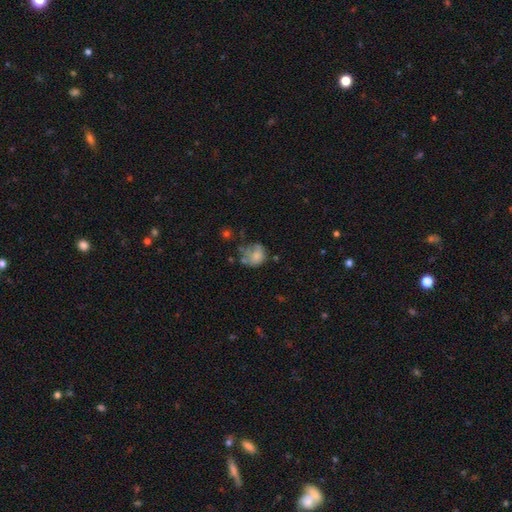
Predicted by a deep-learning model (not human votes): Smooth or featured? Predicted: smooth (p=0.66). How rounded? Predicted: round (p=0.63). Merging? Predicted: none (p=0.37).